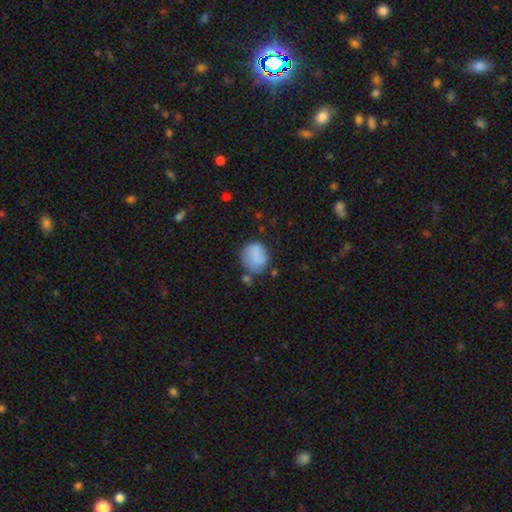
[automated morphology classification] smooth-or-featured: smooth: 82% | featured or disk: 10% | star or artifact: 8%
  how-rounded: round: 76% | in between: 23% | cigar-shaped: 1%
  merging: none: 58% | minor disturbance: 24% | merger: 9% | major disturbance: 9%